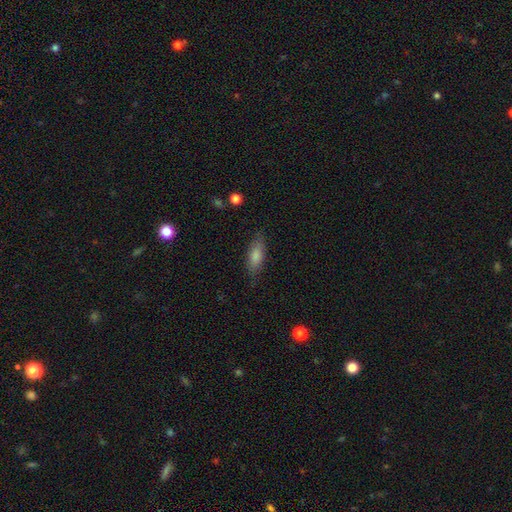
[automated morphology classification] smooth 74%, featured or disk 18%, star or artifact 8%. Down the decision tree: how rounded — in between (57%); merging — none (83%).